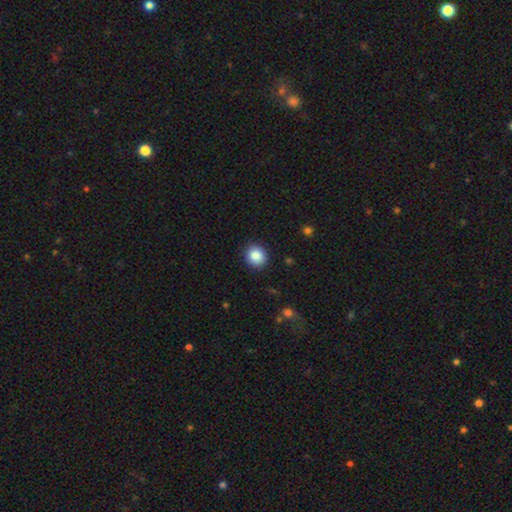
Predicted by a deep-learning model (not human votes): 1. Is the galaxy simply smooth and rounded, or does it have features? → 87% smooth, 9% star or artifact, 4% featured or disk.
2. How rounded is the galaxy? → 84% round, 15% in between, 1% cigar-shaped.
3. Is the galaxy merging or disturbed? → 90% none, 7% minor disturbance, 2% major disturbance, 1% merger.